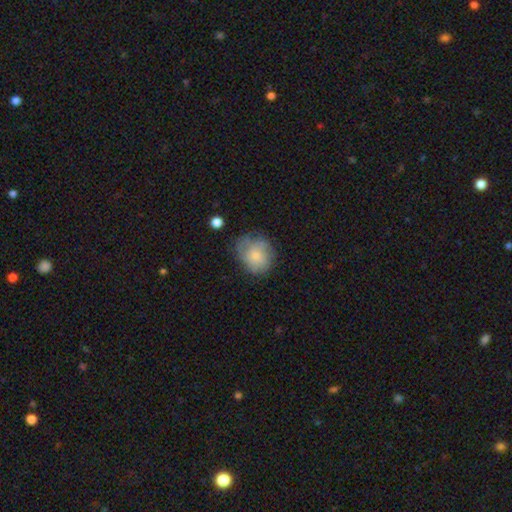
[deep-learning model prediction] A smooth galaxy with no disk features (64%) that is round (69%). Merging: none (60%).